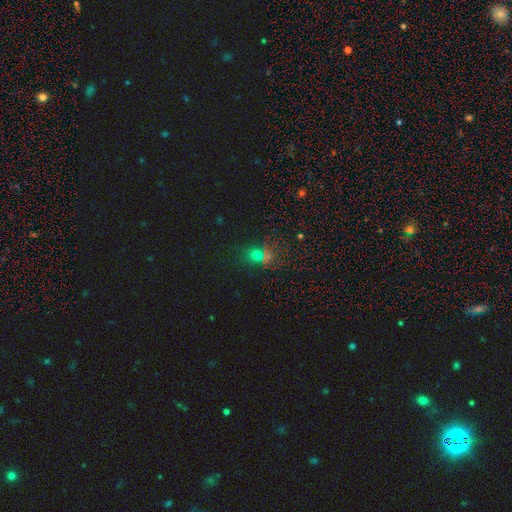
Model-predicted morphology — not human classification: A smooth galaxy with no disk features (50%) that is round (69%). Merging: none (49%).